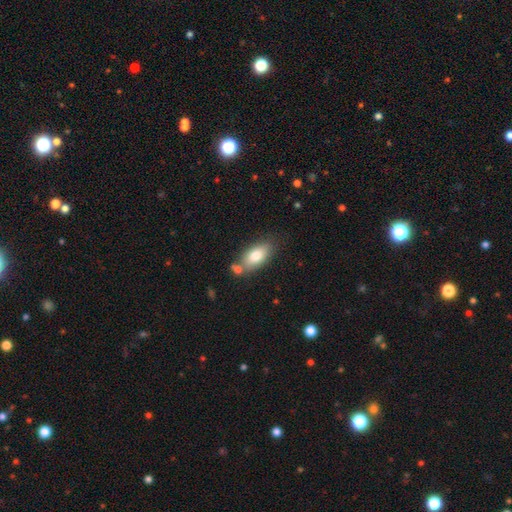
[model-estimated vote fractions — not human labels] smooth_or_featured: smooth (p=0.78) [alt: featured or disk p=0.15]
how_rounded: in between (p=0.89) [alt: cigar-shaped p=0.06]
merging: none (p=0.65) [alt: merger p=0.17]